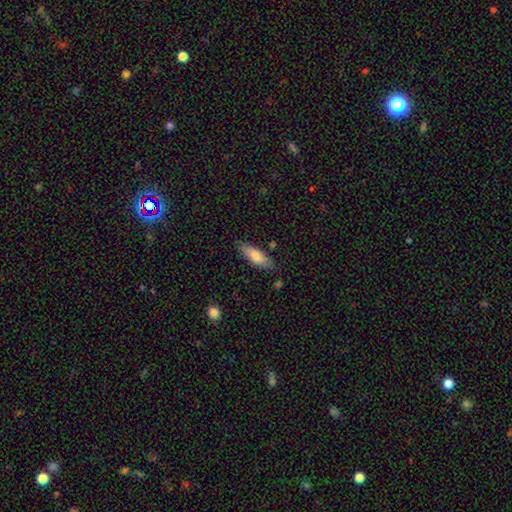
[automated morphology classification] This appears to be a smooth galaxy with no disk features (75%) that is cigar-shaped (50%). Merging: none (83%).